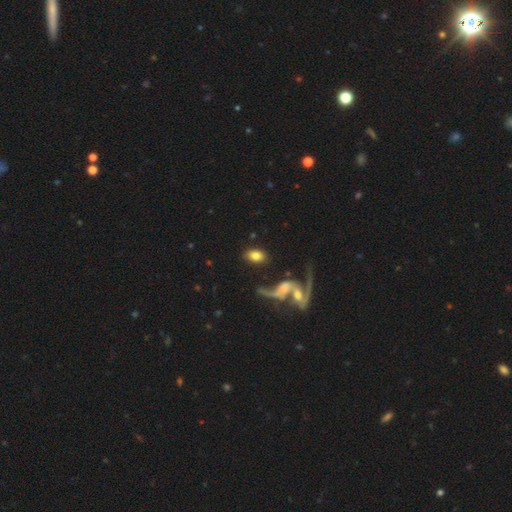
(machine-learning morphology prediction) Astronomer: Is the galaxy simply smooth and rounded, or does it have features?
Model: smooth — 75%.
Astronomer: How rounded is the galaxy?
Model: in between — 87%.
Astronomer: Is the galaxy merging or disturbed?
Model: none — 67%.